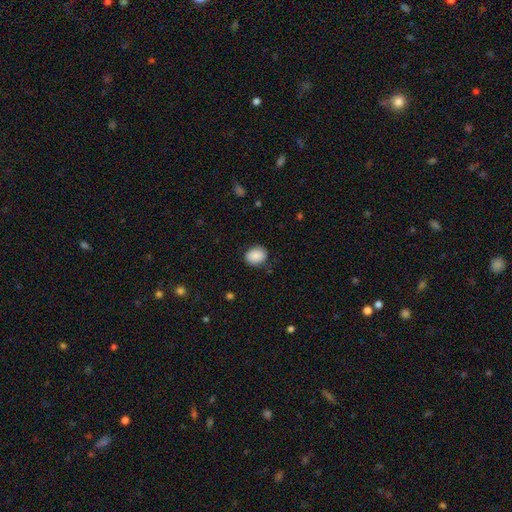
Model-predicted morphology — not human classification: A smooth galaxy with no disk features (88%) that is in between round and cigar-shaped (60%).

Vote fractions:
- Smooth or featured? smooth: 88% / star or artifact: 7% / featured or disk: 5%
- How rounded? in between: 60% / round: 39% / cigar-shaped: 1%
- Merging? none: 81% / minor disturbance: 14% / major disturbance: 4% / merger: 1%